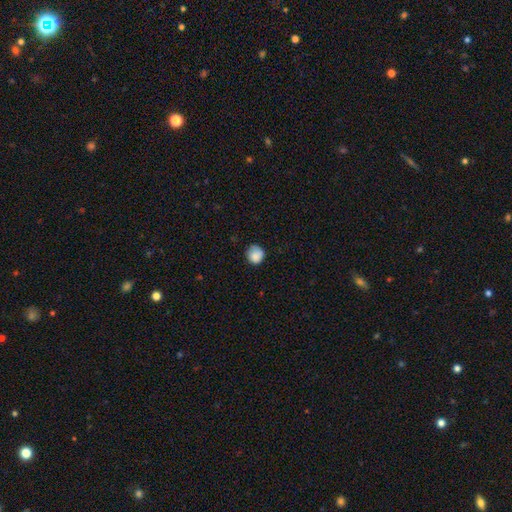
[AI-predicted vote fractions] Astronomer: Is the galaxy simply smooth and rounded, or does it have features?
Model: smooth — 84%.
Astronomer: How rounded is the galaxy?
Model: round — 86%.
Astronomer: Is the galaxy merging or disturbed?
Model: none — 69%.